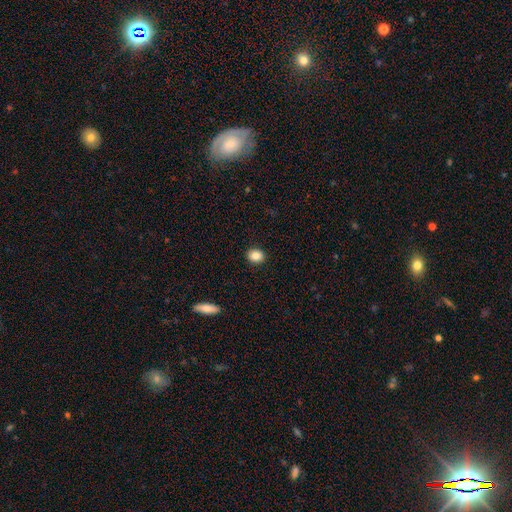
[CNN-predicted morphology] This appears to be a smooth galaxy with no disk features (86%) that is round (52%). Merging: none (91%).